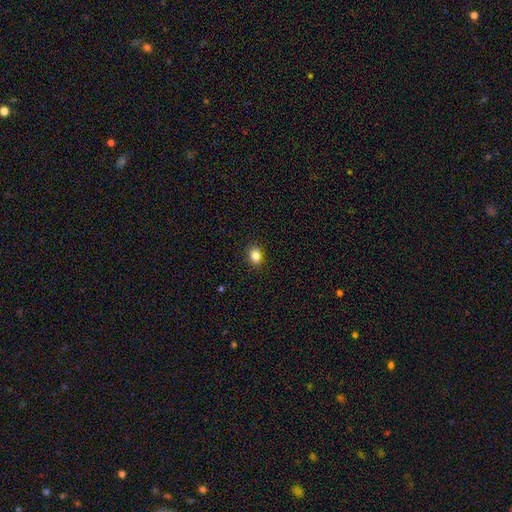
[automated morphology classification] smooth_or_featured: smooth (p=0.84) [alt: star or artifact p=0.11]
how_rounded: round (p=0.50) [alt: in between p=0.49]
merging: none (p=0.89) [alt: minor disturbance p=0.08]